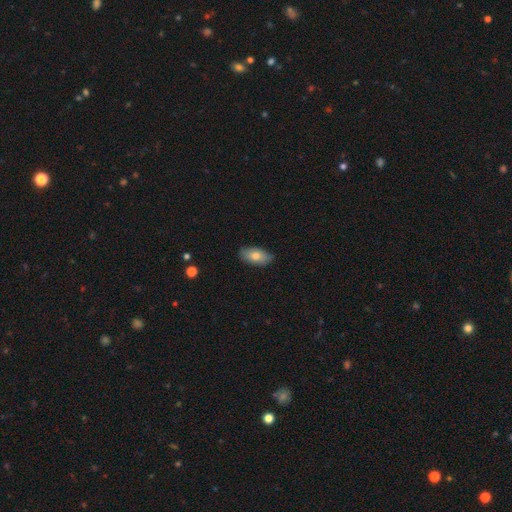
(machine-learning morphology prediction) Smooth or featured?
  - smooth: 77% *
  - featured or disk: 16%
  - star or artifact: 7%
How rounded?
  - in between: 92% *
  - cigar-shaped: 4%
  - round: 4%
Merging?
  - none: 86% *
  - minor disturbance: 11%
  - major disturbance: 2%
  - merger: 1%